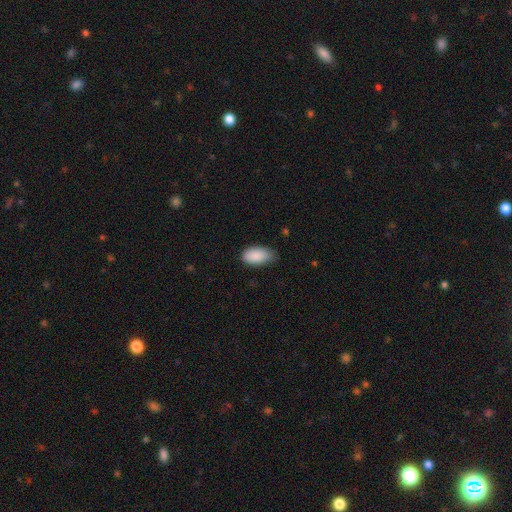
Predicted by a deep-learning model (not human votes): A smooth galaxy with no disk features (89%) that is in between round and cigar-shaped (94%). Merging: none (67%).